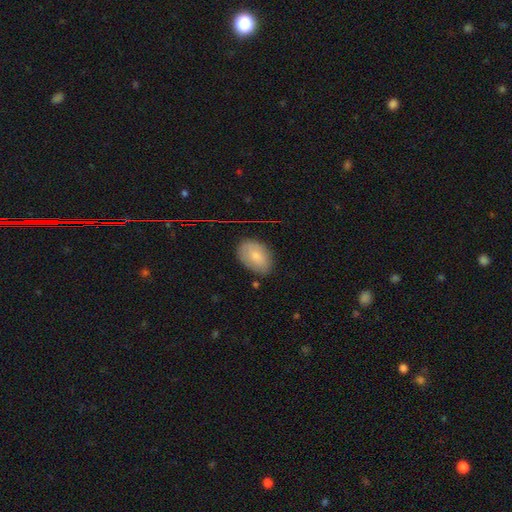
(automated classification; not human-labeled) Smooth or featured: smooth — 78% (featured or disk — 15%)
How rounded: in between — 86% (round — 13%)
Merging: none — 79% (minor disturbance — 16%)